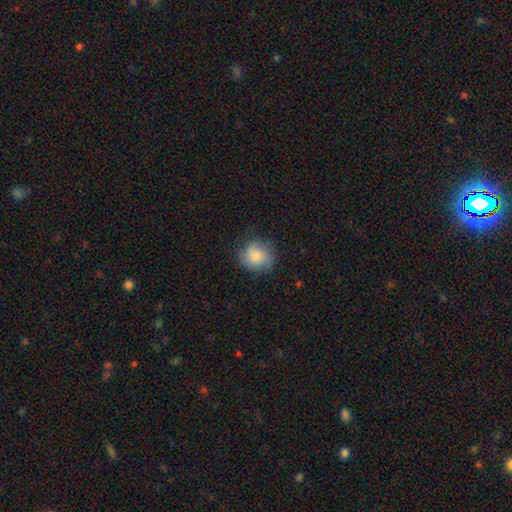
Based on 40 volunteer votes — smooth-or-featured: smooth: 60% | featured or disk: 32% | star or artifact: 8%
  how-rounded: round: 92% | in between: 4% | cigar-shaped: 4%
  merging: none: 76% | minor disturbance: 19% | major disturbance: 3% | merger: 3%